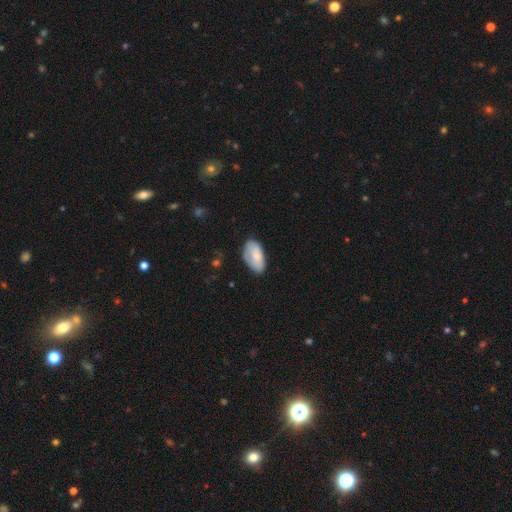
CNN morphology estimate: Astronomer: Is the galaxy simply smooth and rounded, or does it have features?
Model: smooth — 73%.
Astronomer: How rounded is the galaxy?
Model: in between — 94%.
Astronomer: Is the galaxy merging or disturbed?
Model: none — 65%.